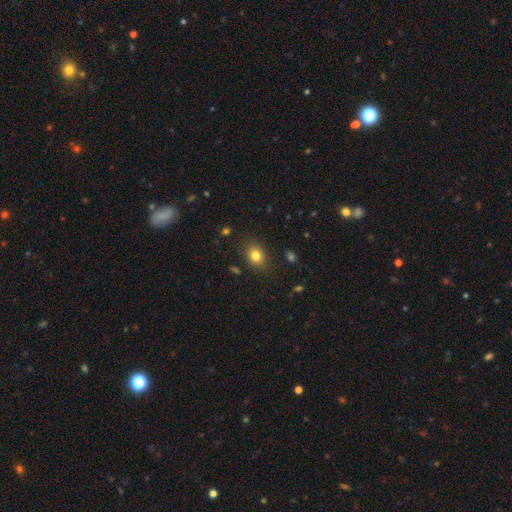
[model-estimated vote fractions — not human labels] This appears to be a smooth galaxy with no disk features (80%) that is in between round and cigar-shaped (57%). Merging: none (83%).